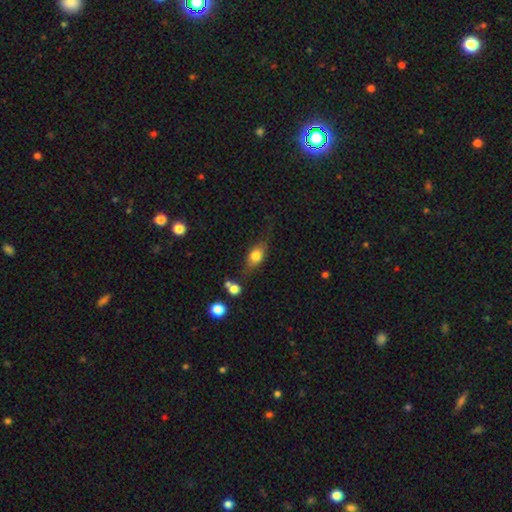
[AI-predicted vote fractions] Smooth or featured: smooth — 71% (featured or disk — 20%)
How rounded: in between — 70% (round — 21%)
Merging: none — 62% (minor disturbance — 23%)